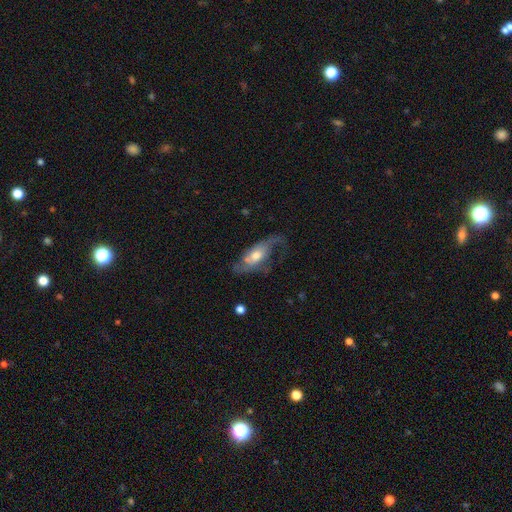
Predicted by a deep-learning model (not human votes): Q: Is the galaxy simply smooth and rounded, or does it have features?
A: featured or disk — 65%.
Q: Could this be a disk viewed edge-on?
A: no — 87%.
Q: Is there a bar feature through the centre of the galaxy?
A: no — 64%.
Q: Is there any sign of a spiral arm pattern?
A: yes — 82%.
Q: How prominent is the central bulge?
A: moderate — 62%.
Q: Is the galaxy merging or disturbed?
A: none — 42%.